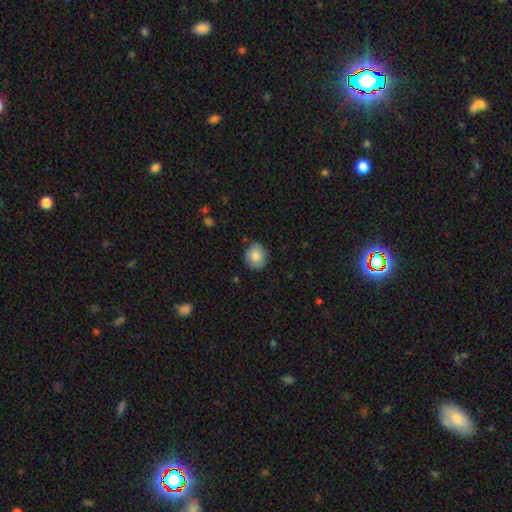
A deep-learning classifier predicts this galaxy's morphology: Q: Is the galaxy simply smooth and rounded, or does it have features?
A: smooth — 83%.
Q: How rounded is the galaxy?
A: round — 90%.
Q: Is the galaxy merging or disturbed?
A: none — 85%.